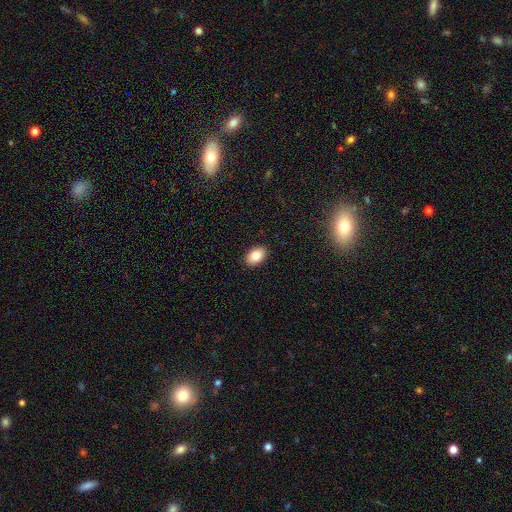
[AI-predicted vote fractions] Overall: smooth (82%). How rounded: in between (87%). Merging: none (90%).